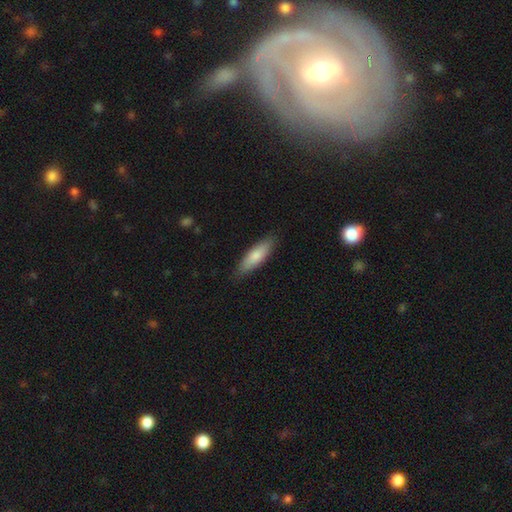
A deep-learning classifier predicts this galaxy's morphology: Q: Smooth or featured?
A: smooth (78%); runner-up: featured or disk (17%)
Q: How rounded?
A: cigar-shaped (56%); runner-up: in between (42%)
Q: Merging?
A: none (86%); runner-up: minor disturbance (11%)